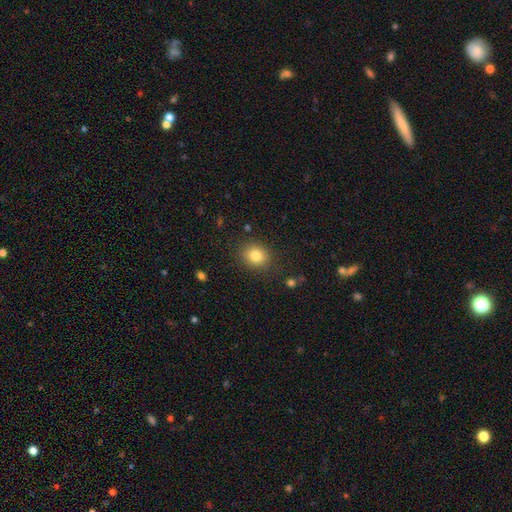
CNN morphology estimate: Smooth or featured: smooth — 81% (star or artifact — 11%)
How rounded: round — 75% (in between — 24%)
Merging: none — 86% (minor disturbance — 9%)